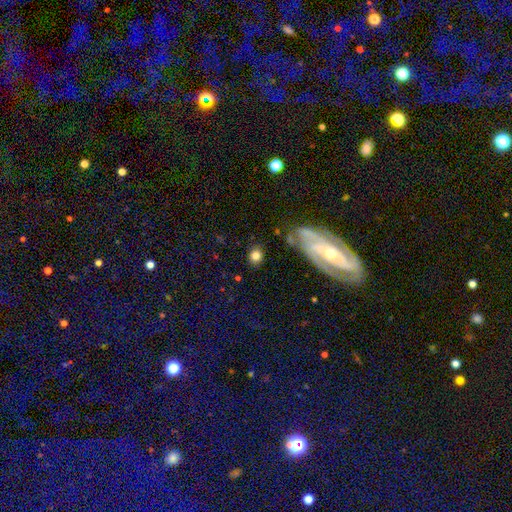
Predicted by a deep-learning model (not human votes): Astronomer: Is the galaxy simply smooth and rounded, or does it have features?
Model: smooth — 78%.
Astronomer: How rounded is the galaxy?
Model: round — 66%.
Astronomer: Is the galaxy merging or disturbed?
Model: none — 80%.